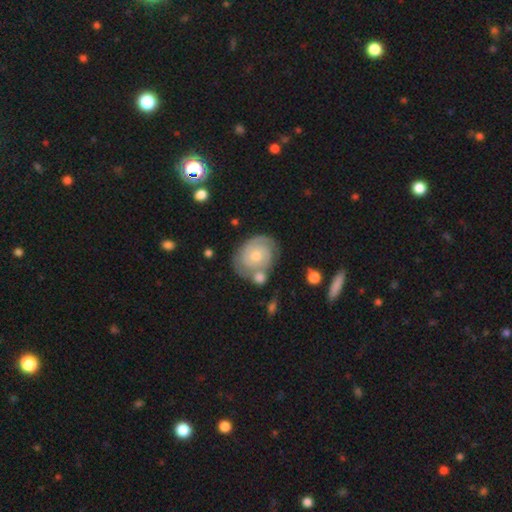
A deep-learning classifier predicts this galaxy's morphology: Smooth or featured: featured or disk — 78% (smooth — 16%)
Edge-on disk: no — 97% (yes — 3%)
Bar: no — 77% (weak — 20%)
Spiral arms: yes — 93% (no — 7%)
Spiral winding: tight — 72% (medium — 23%)
Spiral arm count: 2 — 58% (can't tell — 19%)
Bulge size: moderate — 48% (tied with small — 48%)
Merging: none — 65% (minor disturbance — 16%)